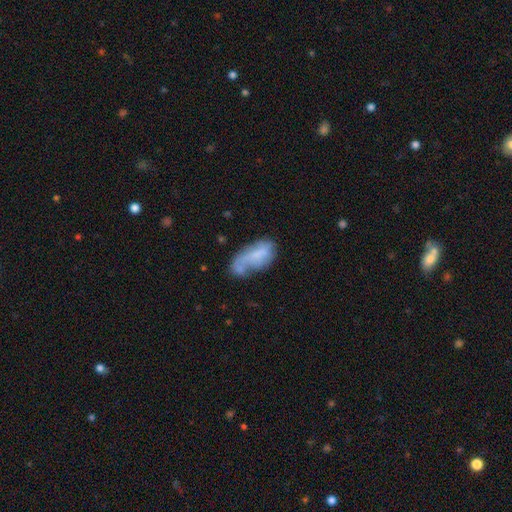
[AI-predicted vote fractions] Q: Smooth or featured?
A: smooth (59%); runner-up: featured or disk (33%)
Q: How rounded?
A: in between (85%); runner-up: cigar-shaped (12%)
Q: Merging?
A: none (32%); runner-up: minor disturbance (27%)